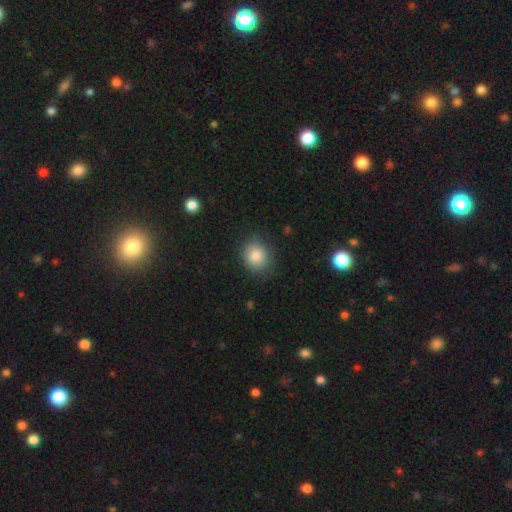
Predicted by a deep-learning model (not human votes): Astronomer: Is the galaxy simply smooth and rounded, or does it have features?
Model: smooth — 84%.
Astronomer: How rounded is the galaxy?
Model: round — 66%.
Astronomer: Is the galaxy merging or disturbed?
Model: none — 80%.